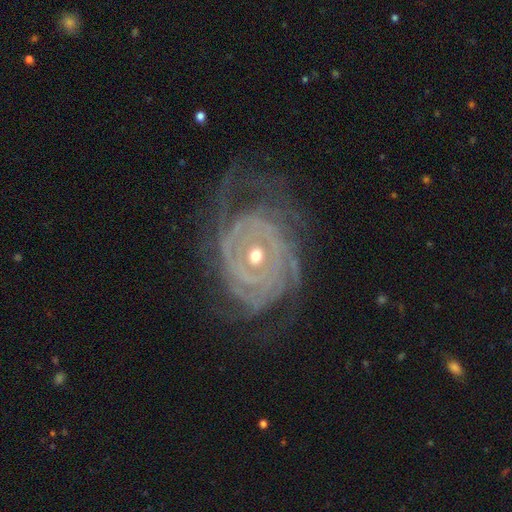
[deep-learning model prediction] Morphology: type=featured or disk (89%); edge-on=no (96%); bar=no (63%); spiral arms=yes (96%); winding=tight (81%); arm count=can't tell (32%); bulge=small (53%); merging=none (65%).